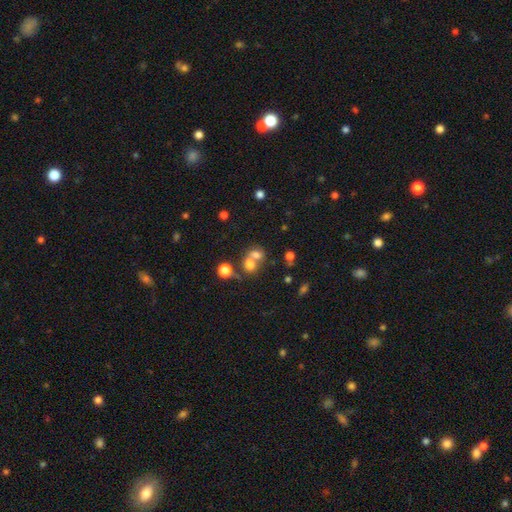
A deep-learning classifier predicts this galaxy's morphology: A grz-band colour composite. It shows a smooth galaxy with no disk features (62%) that is round (62%). Merging: merger (58%).